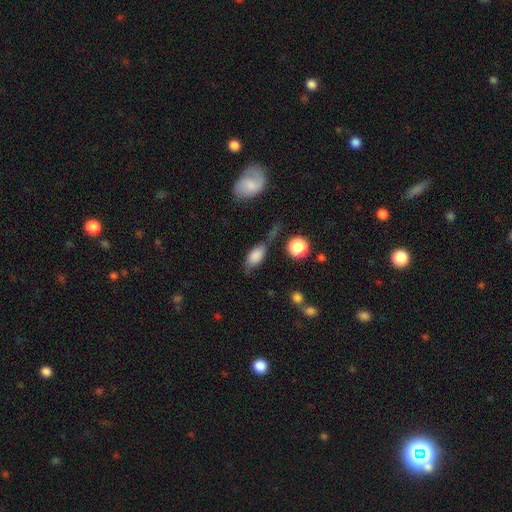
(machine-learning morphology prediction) Smooth or featured? Predicted: smooth (p=0.78). How rounded? Predicted: in between (p=0.85). Merging? Predicted: none (p=0.44).